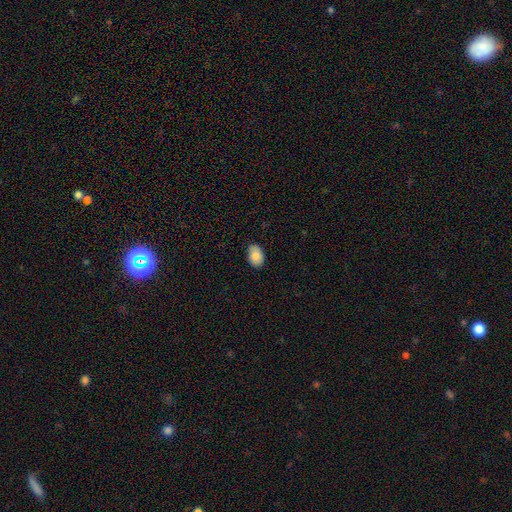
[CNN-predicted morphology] A smooth galaxy with no disk features (85%) that is in between round and cigar-shaped (86%). Merging: none (83%).